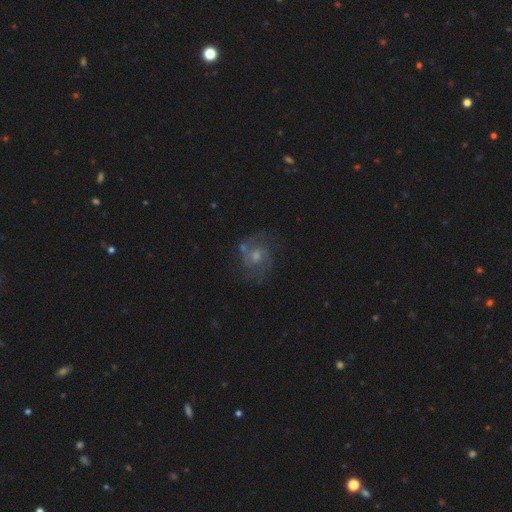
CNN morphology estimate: smooth-or-featured: featured or disk: 65% | smooth: 18% | star or artifact: 17%
  disk-edge-on: no: 97% | yes: 3%
    bar: no: 63% | weak: 32% | strong: 5%
    has-spiral-arms: yes: 86% | no: 14%
      spiral-winding: medium: 50% | tight: 29% | loose: 20%
      spiral-arm-count: 2: 66% | can't tell: 19% | 3: 6% | 1: 4% | 4: 2% | more than 4: 2%
    bulge-size: moderate: 56% | small: 32% | large: 6% | none: 4% | dominant: 1%
  merging: none: 68% | minor disturbance: 16% | major disturbance: 9% | merger: 7%